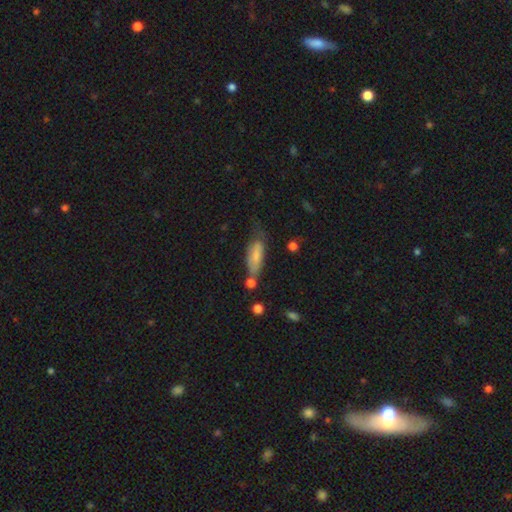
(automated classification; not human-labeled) smooth_or_featured: smooth (p=0.71) [alt: featured or disk p=0.22]
how_rounded: in between (p=0.65) [alt: cigar-shaped p=0.33]
merging: none (p=0.42) [alt: minor disturbance p=0.32]